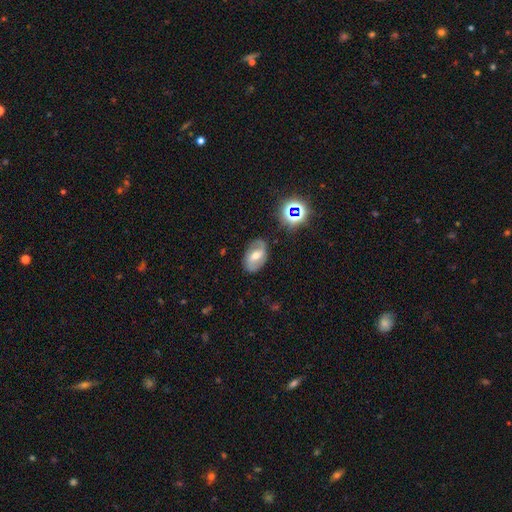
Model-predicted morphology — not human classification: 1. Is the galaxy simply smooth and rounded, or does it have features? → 61% featured or disk, 29% smooth, 10% star or artifact.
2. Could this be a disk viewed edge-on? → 95% no, 5% yes.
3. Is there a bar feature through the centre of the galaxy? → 45% weak, 32% strong, 23% no.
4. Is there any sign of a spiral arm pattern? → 77% yes, 23% no.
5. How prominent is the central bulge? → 66% moderate, 22% small, 8% large, 2% none, 1% dominant.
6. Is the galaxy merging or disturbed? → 77% none, 16% minor disturbance, 5% major disturbance, 2% merger.